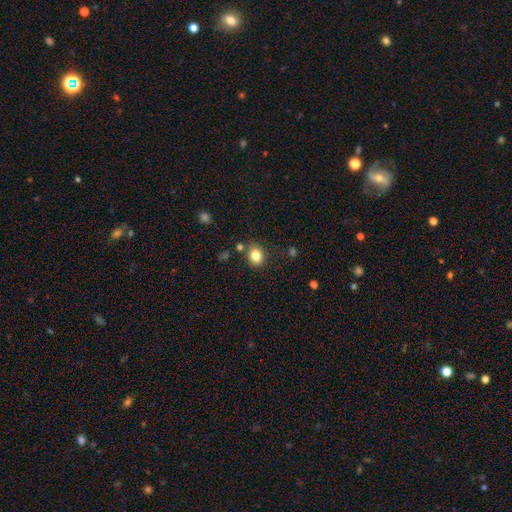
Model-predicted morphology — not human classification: Smooth or featured? smooth (83%)
How rounded? round (56%)
Merging? none (79%)